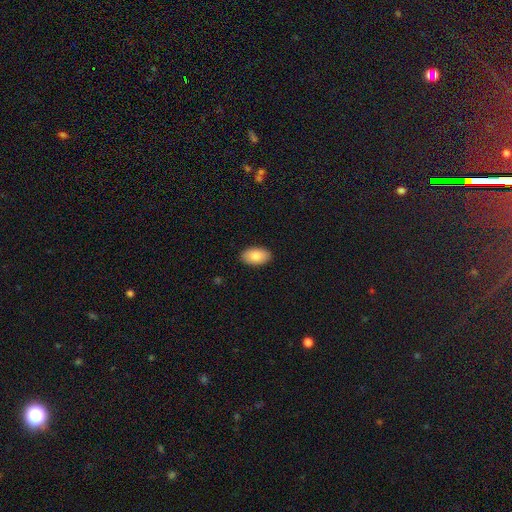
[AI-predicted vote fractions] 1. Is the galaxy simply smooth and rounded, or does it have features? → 83% smooth, 11% featured or disk, 7% star or artifact.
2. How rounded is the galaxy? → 94% in between, 4% round, 1% cigar-shaped.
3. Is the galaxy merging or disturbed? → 90% none, 7% minor disturbance, 2% major disturbance, 1% merger.